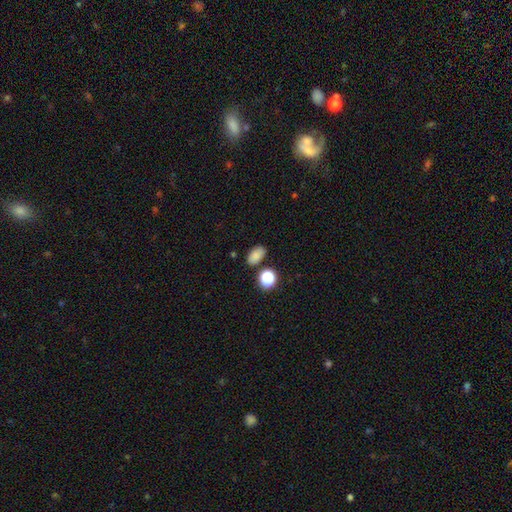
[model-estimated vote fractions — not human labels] A smooth galaxy with no disk features (79%) that is in between round and cigar-shaped (86%).

Vote fractions:
- Smooth or featured? smooth: 79% / star or artifact: 15% / featured or disk: 7%
- How rounded? in between: 86% / round: 12% / cigar-shaped: 1%
- Merging? none: 77% / minor disturbance: 13% / merger: 7% / major disturbance: 3%